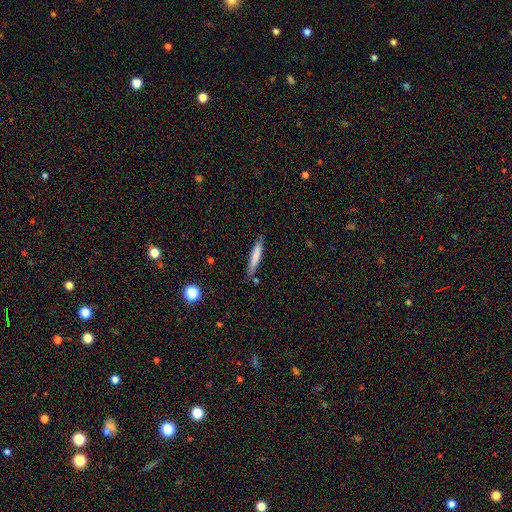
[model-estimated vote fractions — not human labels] Smooth or featured? smooth (75%)
How rounded? cigar-shaped (90%)
Merging? none (79%)